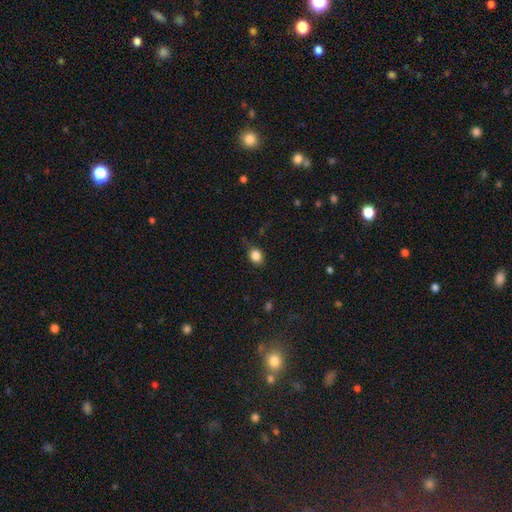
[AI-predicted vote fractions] Smooth or featured: smooth — 84% (star or artifact — 10%)
How rounded: in between — 51% (round — 48%)
Merging: none — 75% (minor disturbance — 19%)